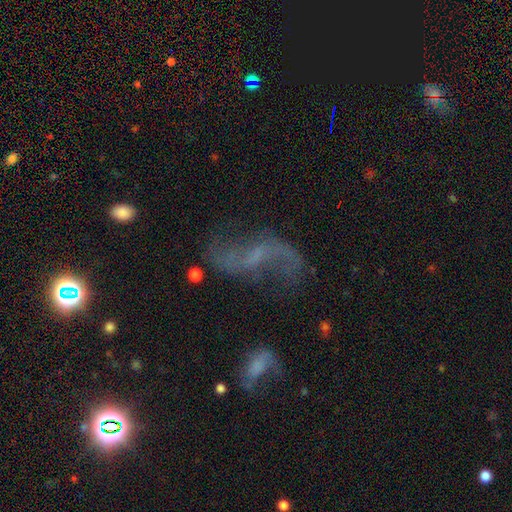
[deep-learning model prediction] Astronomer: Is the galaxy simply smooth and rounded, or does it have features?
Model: featured or disk — 75%.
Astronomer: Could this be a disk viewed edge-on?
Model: no — 95%.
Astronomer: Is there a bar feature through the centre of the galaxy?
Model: weak — 44% (runner-up: no, 36%).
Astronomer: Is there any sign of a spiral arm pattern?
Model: yes — 89%.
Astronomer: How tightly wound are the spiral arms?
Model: loose — 82%.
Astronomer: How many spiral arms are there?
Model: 2 — 88%.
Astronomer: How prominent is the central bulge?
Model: small — 49% (runner-up: none, 32%).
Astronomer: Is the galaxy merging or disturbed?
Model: none — 62%.